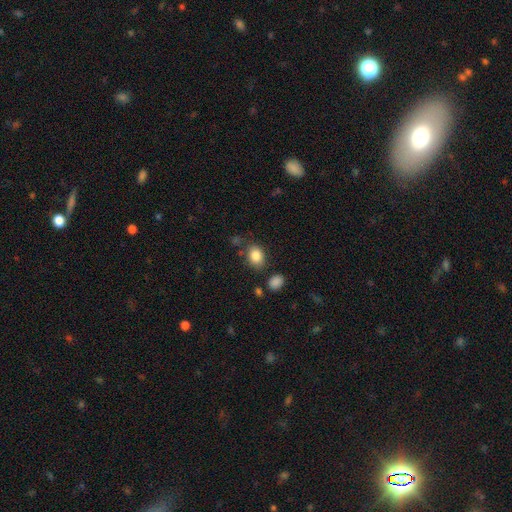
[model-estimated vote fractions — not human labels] A smooth galaxy with no disk features (85%) that is in between round and cigar-shaped (61%).

Vote fractions:
- Smooth or featured? smooth: 85% / star or artifact: 9% / featured or disk: 6%
- How rounded? in between: 61% / round: 38% / cigar-shaped: 1%
- Merging? none: 76% / minor disturbance: 14% / merger: 6% / major disturbance: 5%